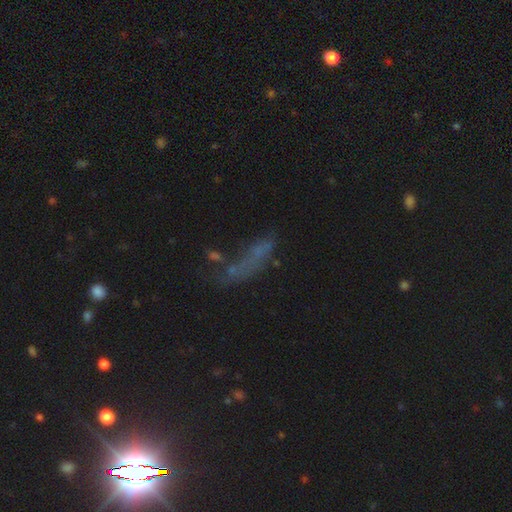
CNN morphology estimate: This is possibly a smooth galaxy (45%). Merging: marginally none (42%).